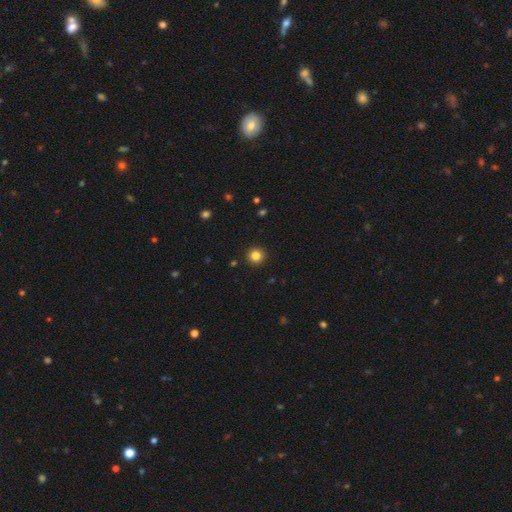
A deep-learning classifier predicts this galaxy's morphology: type=smooth (84%); roundness=round (95%); merging=none (93%).